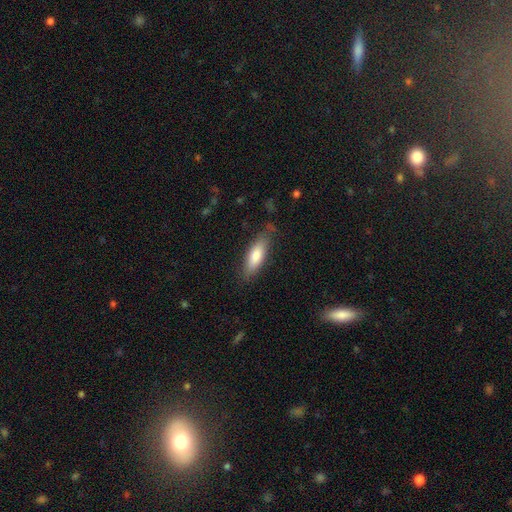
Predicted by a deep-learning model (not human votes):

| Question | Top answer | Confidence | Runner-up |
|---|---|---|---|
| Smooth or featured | smooth | 78% | featured or disk (16%) |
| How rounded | in between | 56% | cigar-shaped (42%) |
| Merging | none | 78% | minor disturbance (17%) |